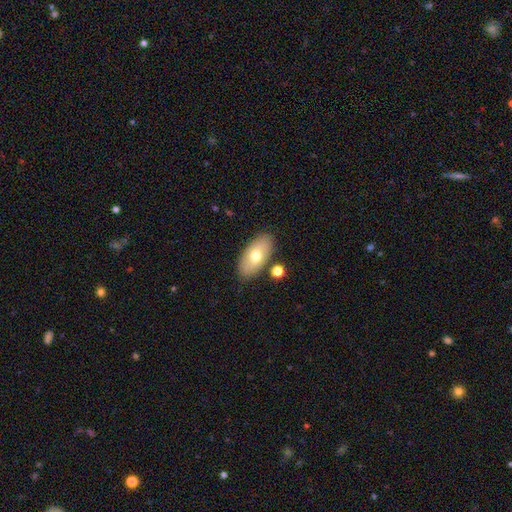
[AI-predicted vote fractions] smooth 68%, featured or disk 25%, star or artifact 7%. Down the decision tree: how rounded — in between (92%); merging — none (83%).